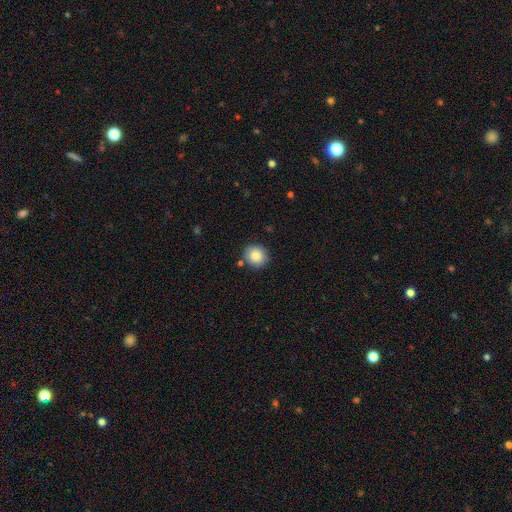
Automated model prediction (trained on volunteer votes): Smooth or featured? smooth (86%)
How rounded? round (86%)
Merging? none (85%)